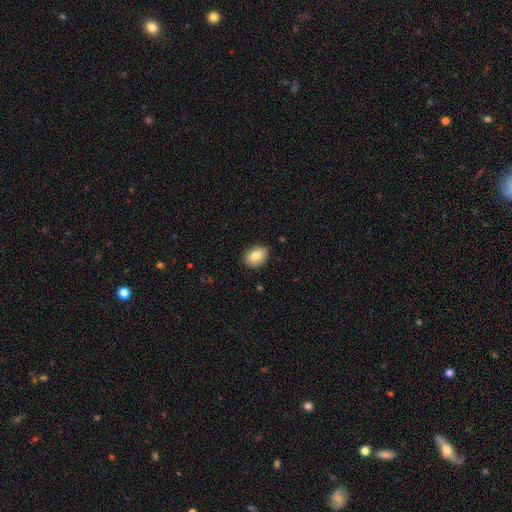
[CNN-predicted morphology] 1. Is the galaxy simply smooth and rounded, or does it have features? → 83% smooth, 9% featured or disk, 8% star or artifact.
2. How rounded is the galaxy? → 60% in between, 39% round, 1% cigar-shaped.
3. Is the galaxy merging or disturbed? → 84% none, 13% minor disturbance, 2% major disturbance, 1% merger.